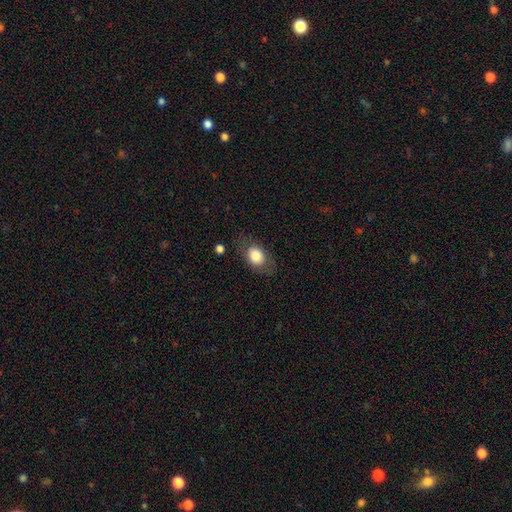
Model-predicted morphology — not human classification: Smooth or featured?
  - smooth: 78% *
  - featured or disk: 15%
  - star or artifact: 8%
How rounded?
  - in between: 74% *
  - round: 24%
  - cigar-shaped: 1%
Merging?
  - none: 75% *
  - minor disturbance: 16%
  - major disturbance: 8%
  - merger: 2%